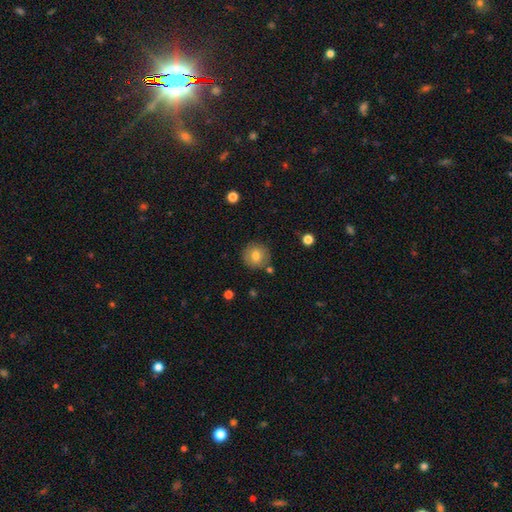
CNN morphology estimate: A smooth galaxy with no disk features (76%) that is round (92%).

Vote fractions:
- Smooth or featured? smooth: 76% / featured or disk: 14% / star or artifact: 9%
- How rounded? round: 92% / in between: 7% / cigar-shaped: 1%
- Merging? none: 83% / minor disturbance: 10% / merger: 5% / major disturbance: 3%